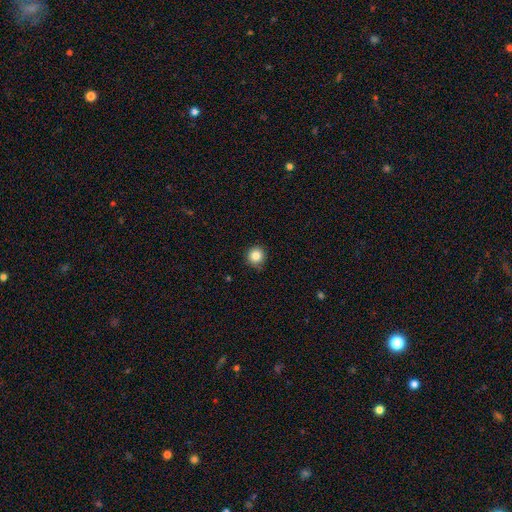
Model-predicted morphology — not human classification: Q: Smooth or featured?
A: smooth (84%); runner-up: star or artifact (11%)
Q: How rounded?
A: round (94%); runner-up: in between (5%)
Q: Merging?
A: none (87%); runner-up: minor disturbance (10%)